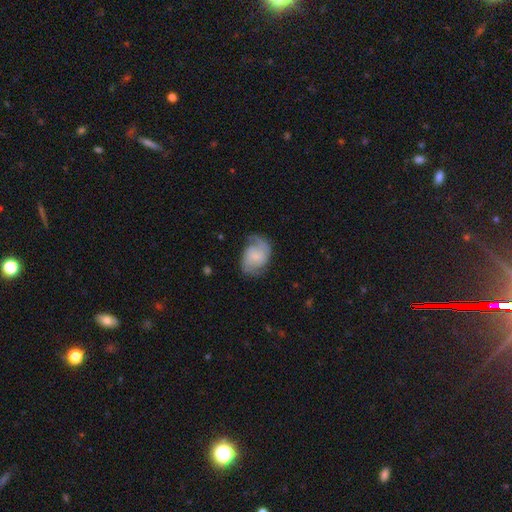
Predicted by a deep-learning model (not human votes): Morphology: type=featured or disk (72%); edge-on=no (98%); bar=no (49%); spiral arms=yes (94%); winding=medium (48%); arm count=2 (83%); bulge=small (38%); merging=none (68%).